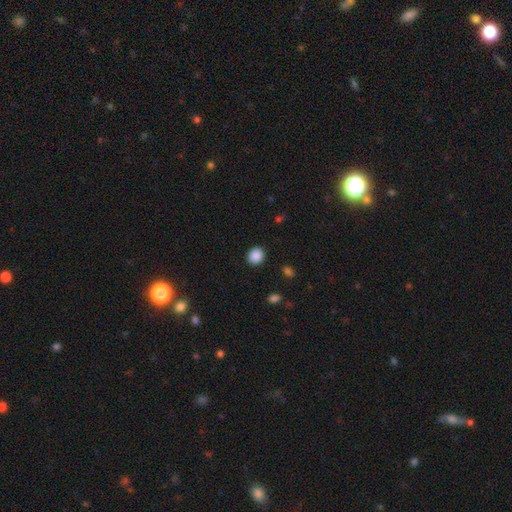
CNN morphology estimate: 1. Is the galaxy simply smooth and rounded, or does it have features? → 88% smooth, 9% star or artifact, 3% featured or disk.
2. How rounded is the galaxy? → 77% round, 22% in between, 1% cigar-shaped.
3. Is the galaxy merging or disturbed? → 90% none, 7% minor disturbance, 2% major disturbance, 1% merger.